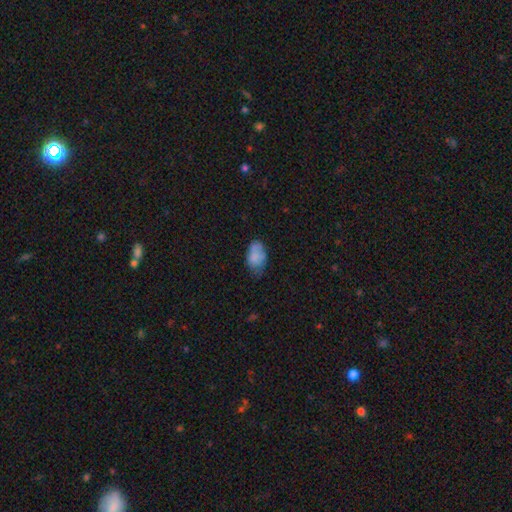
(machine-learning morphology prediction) This is likely a smooth galaxy (74%). How rounded: clearly in between (91%). Merging: possibly none (50%).